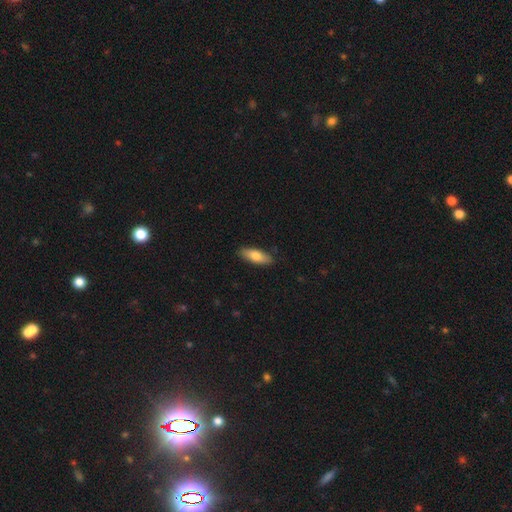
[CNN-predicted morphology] Smooth or featured? Predicted: smooth (p=0.78). How rounded? Predicted: in between (p=0.68). Merging? Predicted: none (p=0.87).